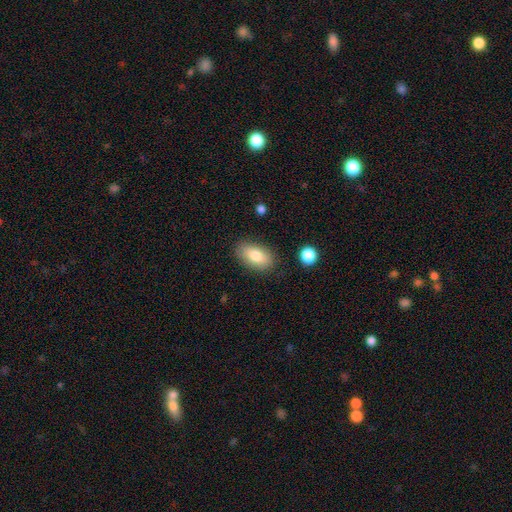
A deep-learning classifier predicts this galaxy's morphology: The model was most divided on "smooth or featured": smooth: 81%, featured or disk: 12%, star or artifact: 7%. More confident: how rounded — in between (92%); merging — none (84%).